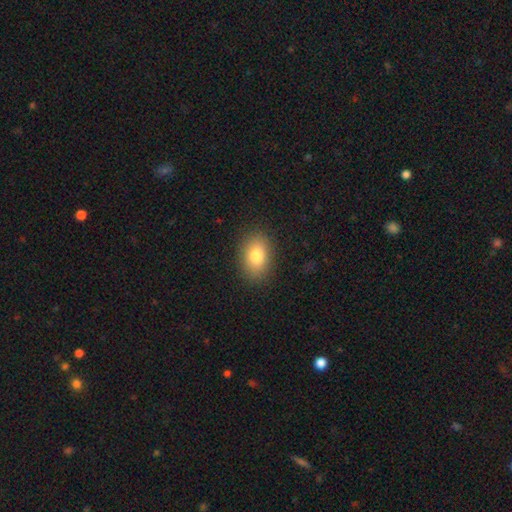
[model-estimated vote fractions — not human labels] Smooth or featured? smooth (79%)
How rounded? in between (78%)
Merging? none (87%)